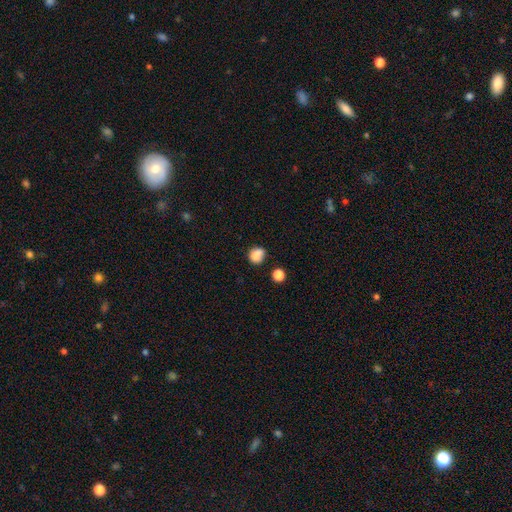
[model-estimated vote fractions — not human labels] Q: Smooth or featured?
A: smooth (82%); runner-up: star or artifact (10%)
Q: How rounded?
A: round (72%); runner-up: in between (26%)
Q: Merging?
A: none (60%); runner-up: minor disturbance (24%)